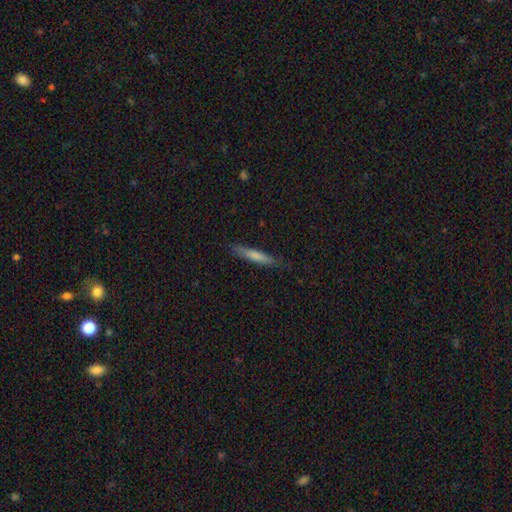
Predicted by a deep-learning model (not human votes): smooth 69%, featured or disk 25%, star or artifact 6%. Down the decision tree: how rounded — cigar-shaped (92%); merging — none (85%).